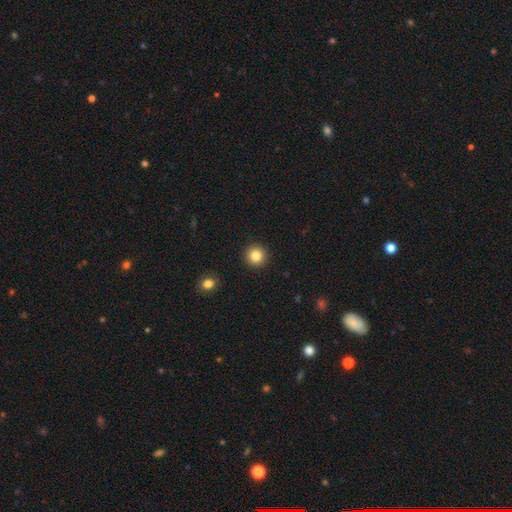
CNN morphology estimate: A smooth galaxy with no disk features (84%) that is round (95%). Merging: none (92%).